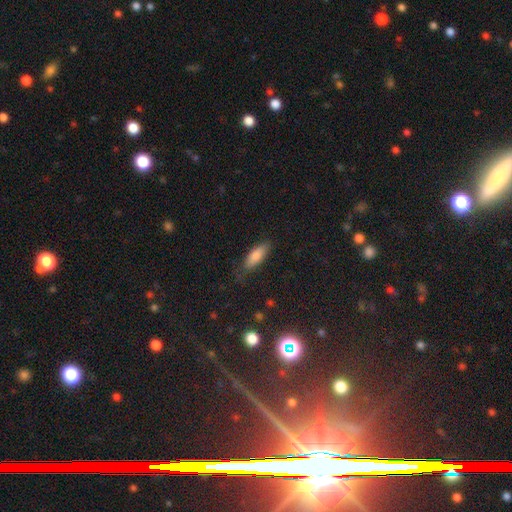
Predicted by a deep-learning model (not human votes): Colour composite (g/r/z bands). It shows a smooth galaxy with no disk features (83%) that is in between round and cigar-shaped (68%). Merging: none (73%).